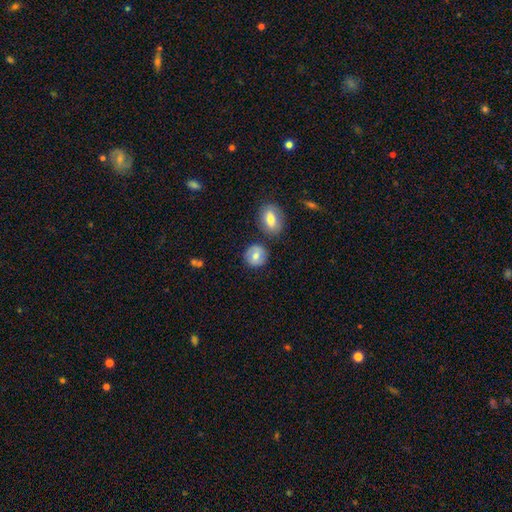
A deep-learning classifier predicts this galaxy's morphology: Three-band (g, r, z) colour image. It shows a smooth galaxy with no disk features (71%) that is round (84%). Merging: none (78%).